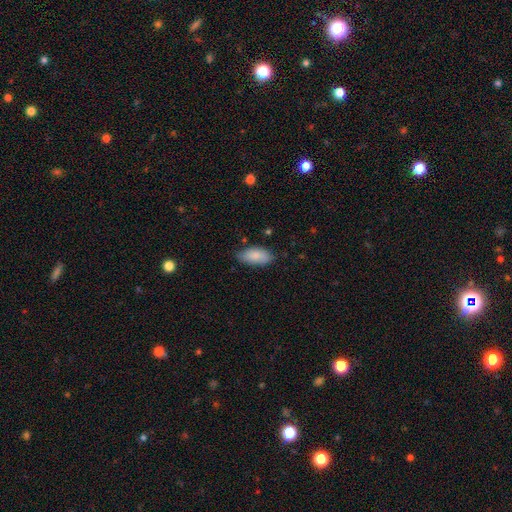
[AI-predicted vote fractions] Overall: smooth (86%). How rounded: in between (91%). Merging: none (73%).